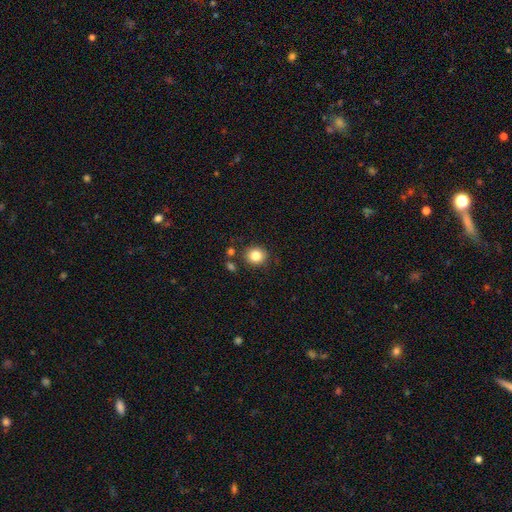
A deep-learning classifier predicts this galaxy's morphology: Smooth or featured?
  - smooth: 84% *
  - star or artifact: 10%
  - featured or disk: 6%
How rounded?
  - round: 83% *
  - in between: 16%
  - cigar-shaped: 1%
Merging?
  - none: 85% *
  - minor disturbance: 8%
  - merger: 4%
  - major disturbance: 3%